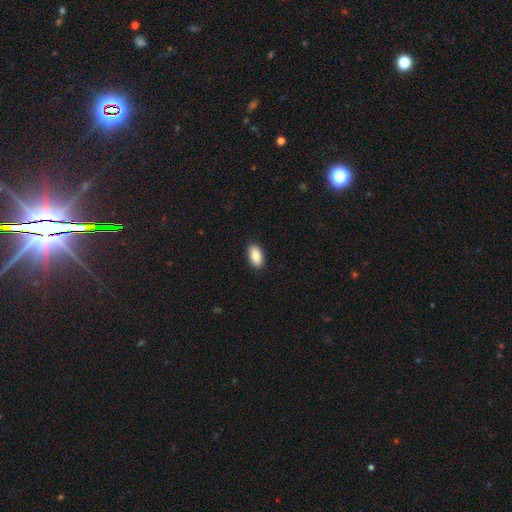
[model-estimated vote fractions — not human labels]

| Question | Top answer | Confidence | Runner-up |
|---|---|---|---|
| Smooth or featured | smooth | 87% | star or artifact (7%) |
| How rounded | in between | 93% | round (4%) |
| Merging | none | 90% | minor disturbance (8%) |